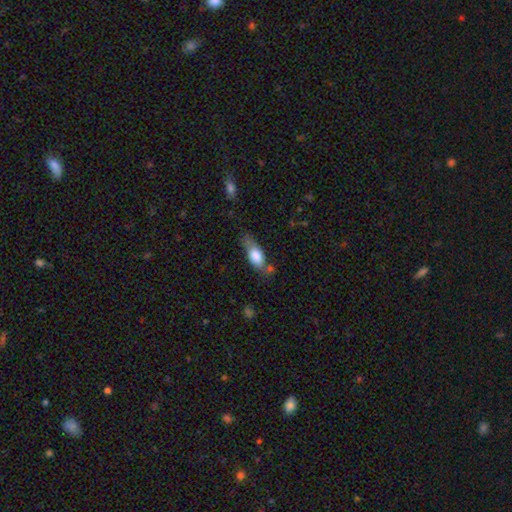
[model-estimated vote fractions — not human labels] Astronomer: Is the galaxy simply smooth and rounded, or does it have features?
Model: smooth — 72%.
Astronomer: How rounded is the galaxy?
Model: in between — 74%.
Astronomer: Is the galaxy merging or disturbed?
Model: none — 49% (runner-up: minor disturbance, 31%).